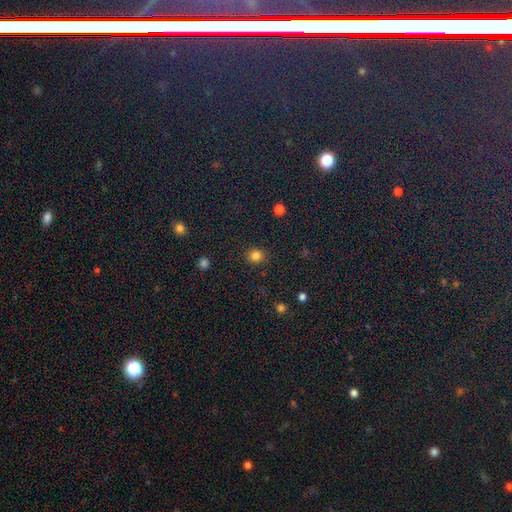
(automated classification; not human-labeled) Morphology: type=smooth (82%); roundness=round (87%); merging=none (89%).